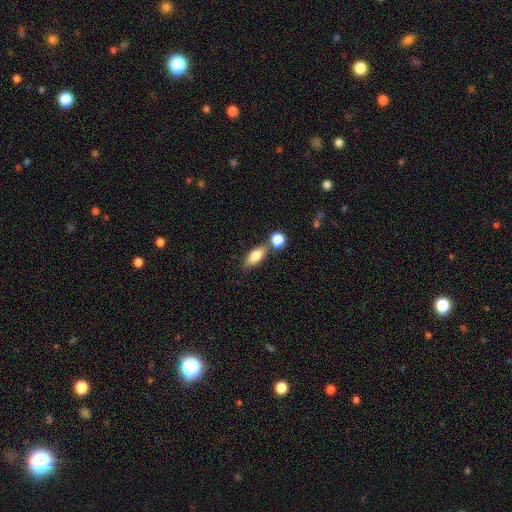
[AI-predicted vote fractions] Q: Smooth or featured?
A: smooth (76%); runner-up: featured or disk (16%)
Q: How rounded?
A: in between (77%); runner-up: cigar-shaped (17%)
Q: Merging?
A: none (63%); runner-up: merger (21%)